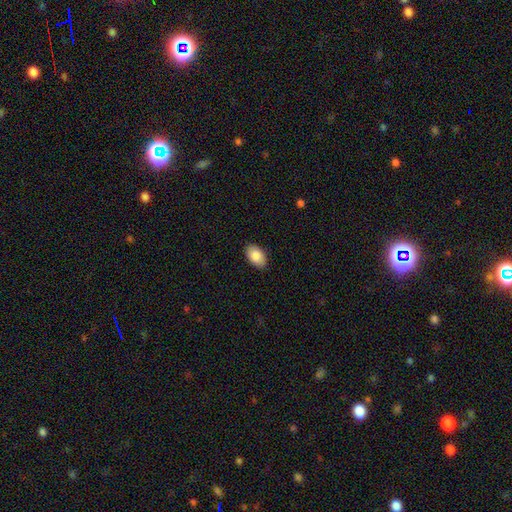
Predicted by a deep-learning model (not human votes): The model was most divided on "smooth or featured": smooth: 85%, featured or disk: 9%, star or artifact: 7%. More confident: how rounded — in between (93%); merging — none (88%).